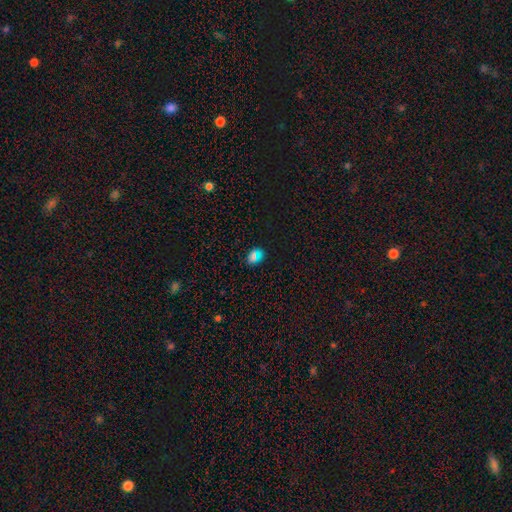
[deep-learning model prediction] Smooth or featured: smooth — 62% (star or artifact — 30%)
How rounded: in between — 52% (round — 45%)
Merging: none — 85% (minor disturbance — 10%)